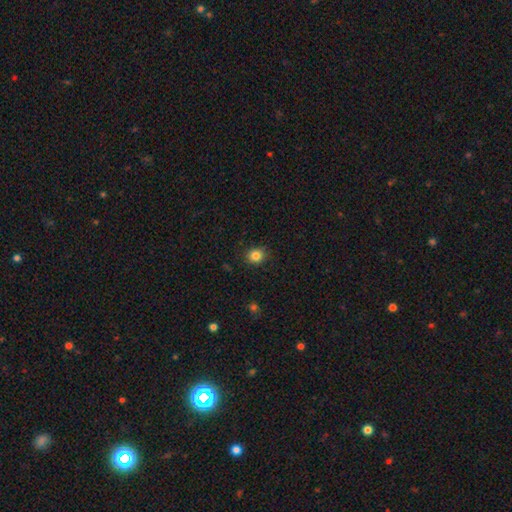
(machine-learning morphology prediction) The model was most divided on "how rounded": round: 80%, in between: 20%, cigar-shaped: 1%. More confident: merging — none (88%); smooth or featured — smooth (84%).